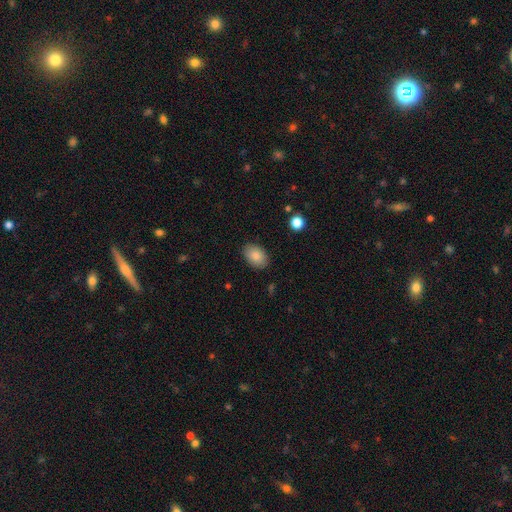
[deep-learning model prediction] smooth-or-featured: smooth: 86% | star or artifact: 7% | featured or disk: 7%
  how-rounded: in between: 87% | round: 12% | cigar-shaped: 1%
  merging: none: 87% | minor disturbance: 10% | major disturbance: 2% | merger: 1%